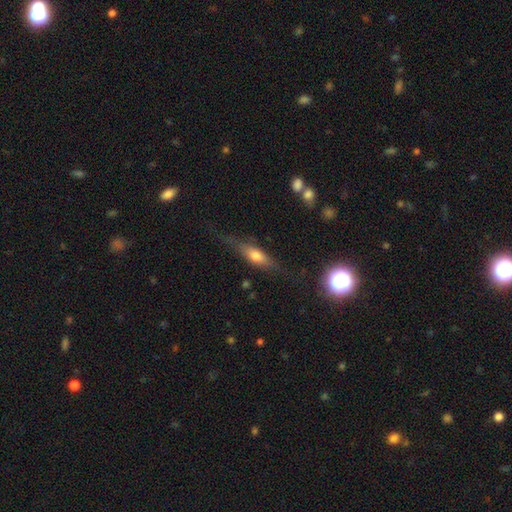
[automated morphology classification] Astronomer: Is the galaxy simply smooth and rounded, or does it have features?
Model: smooth — 54% (runner-up: featured or disk, 38%).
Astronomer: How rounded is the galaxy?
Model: cigar-shaped — 49% (runner-up: in between, 47%).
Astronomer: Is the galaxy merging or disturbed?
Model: none — 63%.